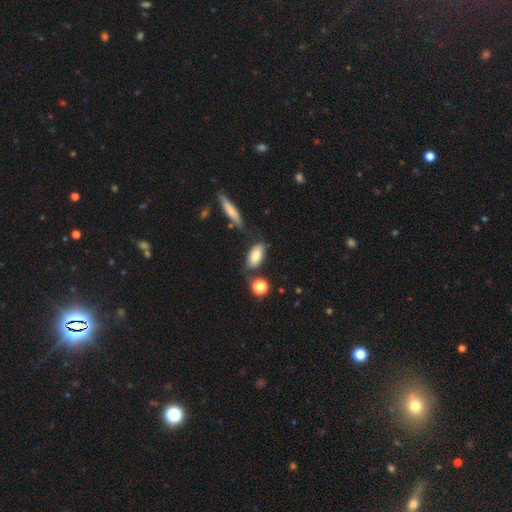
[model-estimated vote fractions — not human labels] smooth_or_featured: smooth (p=0.81) [alt: featured or disk p=0.12]
how_rounded: in between (p=0.86) [alt: cigar-shaped p=0.10]
merging: none (p=0.67) [alt: minor disturbance p=0.19]